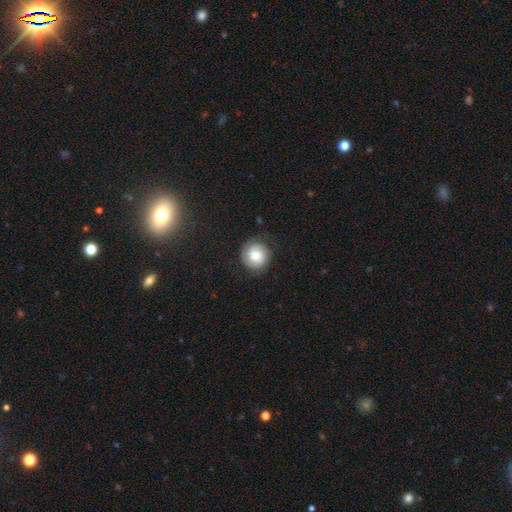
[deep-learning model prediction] Smooth or featured: smooth — 54% (featured or disk — 38%)
How rounded: round — 89% (in between — 10%)
Merging: none — 75% (minor disturbance — 17%)